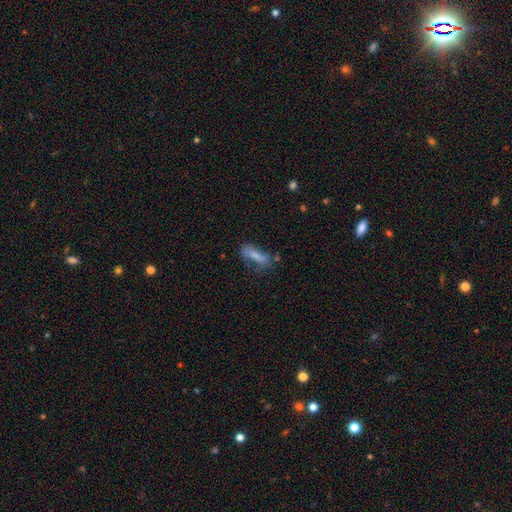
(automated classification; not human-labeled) This is likely a smooth galaxy (65%). How rounded: possibly in between (59%). Merging: possibly none (47%).